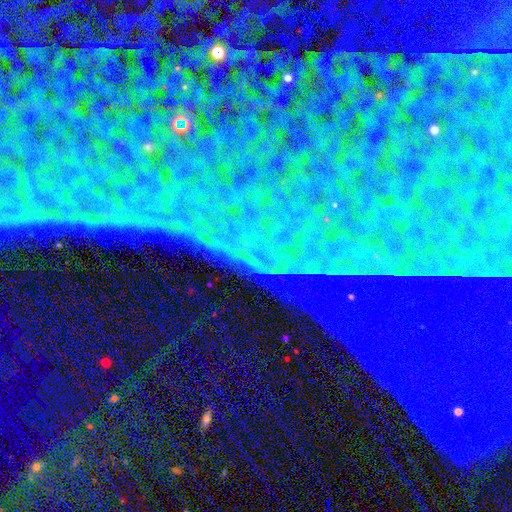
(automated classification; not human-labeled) A star or artifact, not a galaxy (85%).

Vote fractions:
- Smooth or featured? star or artifact: 85% / featured or disk: 9% / smooth: 7%